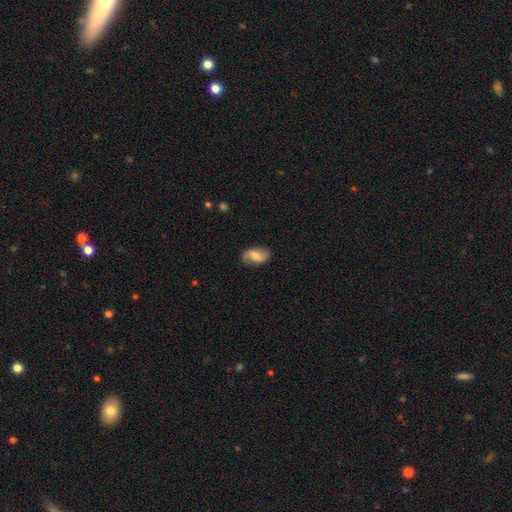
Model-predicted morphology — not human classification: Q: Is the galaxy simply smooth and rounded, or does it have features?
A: featured or disk — 62%.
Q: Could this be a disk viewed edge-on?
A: no — 97%.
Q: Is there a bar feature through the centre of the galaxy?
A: weak — 49%.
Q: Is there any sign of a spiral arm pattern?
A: yes — 92%.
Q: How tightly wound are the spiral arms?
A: loose — 57%.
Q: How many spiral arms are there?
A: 2 — 89%.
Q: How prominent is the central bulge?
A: moderate — 31%.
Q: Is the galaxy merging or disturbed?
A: none — 79%.